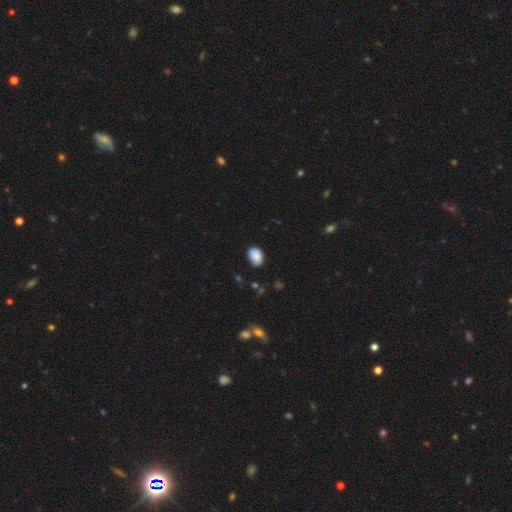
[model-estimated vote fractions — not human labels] A smooth galaxy with no disk features (89%) that is in between round and cigar-shaped (82%).

Vote fractions:
- Smooth or featured? smooth: 89% / star or artifact: 8% / featured or disk: 4%
- How rounded? in between: 82% / round: 17% / cigar-shaped: 1%
- Merging? none: 83% / minor disturbance: 13% / major disturbance: 2% / merger: 1%